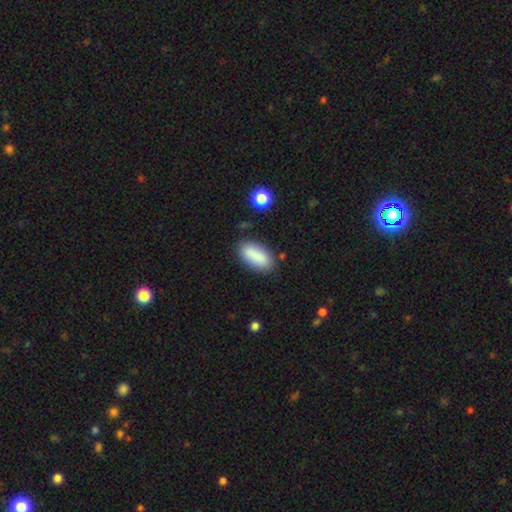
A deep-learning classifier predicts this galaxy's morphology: Smooth or featured?
  - smooth: 87% *
  - star or artifact: 7%
  - featured or disk: 6%
How rounded?
  - in between: 89% *
  - cigar-shaped: 8%
  - round: 3%
Merging?
  - none: 82% *
  - minor disturbance: 12%
  - major disturbance: 3%
  - merger: 3%